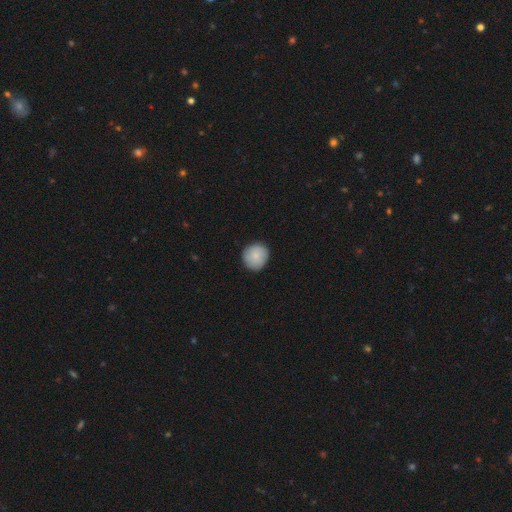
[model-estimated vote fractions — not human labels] smooth_or_featured: smooth (p=0.86) [alt: featured or disk p=0.08]
how_rounded: round (p=0.91) [alt: in between p=0.08]
merging: none (p=0.88) [alt: minor disturbance p=0.09]